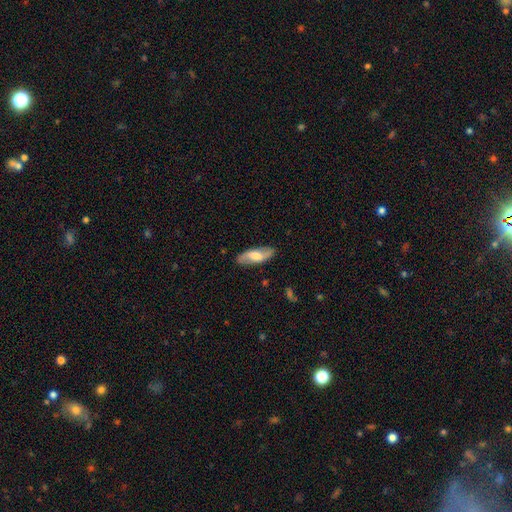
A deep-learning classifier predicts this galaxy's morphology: smooth_or_featured: featured or disk (p=0.51) [alt: smooth p=0.43]
disk_edge_on: no (p=0.81) [alt: yes p=0.19]
merging: none (p=0.84) [alt: minor disturbance p=0.12]